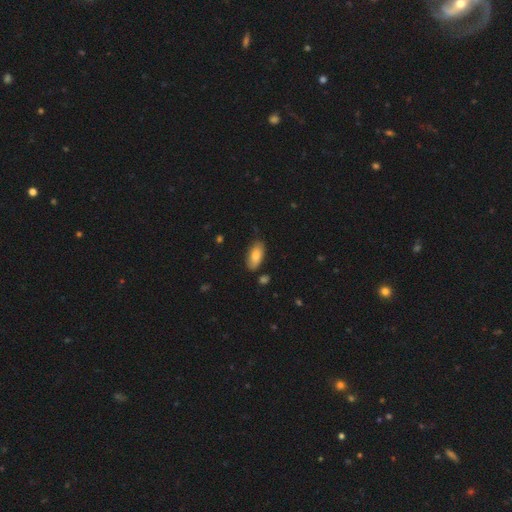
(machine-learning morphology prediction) Q: Smooth or featured?
A: smooth (82%); runner-up: featured or disk (11%)
Q: How rounded?
A: in between (89%); runner-up: cigar-shaped (9%)
Q: Merging?
A: none (81%); runner-up: minor disturbance (14%)